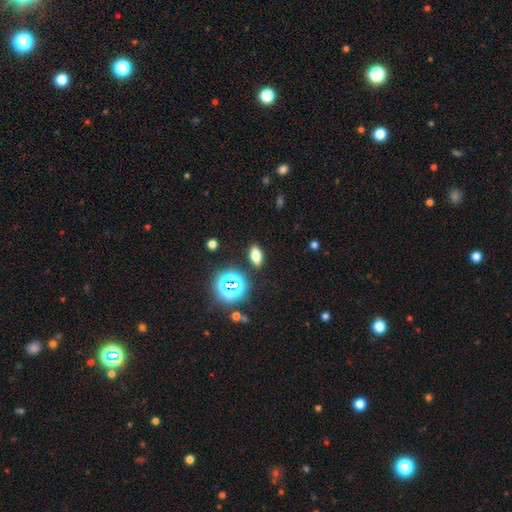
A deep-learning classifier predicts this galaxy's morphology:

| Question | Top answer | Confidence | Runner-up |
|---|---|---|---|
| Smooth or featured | smooth | 63% | star or artifact (24%) |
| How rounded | in between | 75% | cigar-shaped (15%) |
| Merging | none | 87% | minor disturbance (8%) |